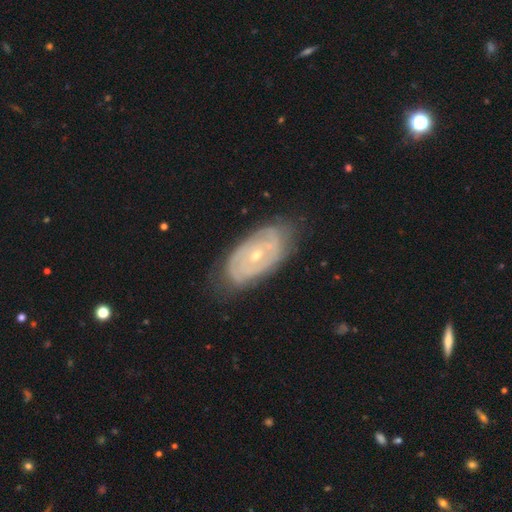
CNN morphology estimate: smooth-or-featured: featured or disk: 82% | smooth: 13% | star or artifact: 6%
  disk-edge-on: no: 94% | yes: 6%
    bar: no: 65% | weak: 27% | strong: 9%
    has-spiral-arms: yes: 83% | no: 17%
      spiral-winding: tight: 74% | medium: 21% | loose: 6%
      spiral-arm-count: can't tell: 39% | 2: 38% | 3: 11% | 4: 5% | 1: 4% | more than 4: 3%
    bulge-size: small: 57% | moderate: 40% | large: 1% | none: 1% | dominant: 1%
  merging: none: 76% | minor disturbance: 18% | major disturbance: 5% | merger: 1%